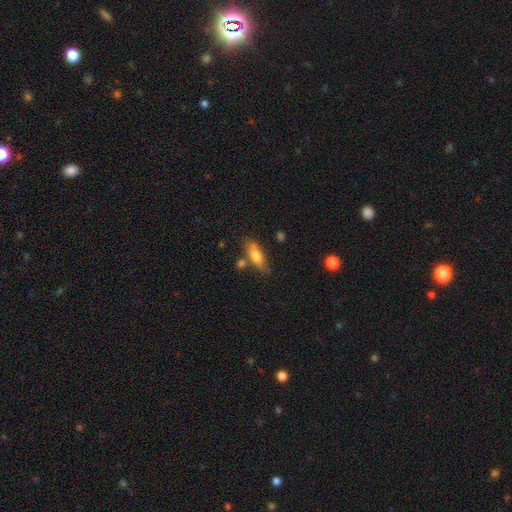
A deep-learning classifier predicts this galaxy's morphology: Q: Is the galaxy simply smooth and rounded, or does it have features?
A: smooth — 68%.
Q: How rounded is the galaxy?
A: in between — 59%.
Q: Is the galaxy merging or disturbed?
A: none — 63%.